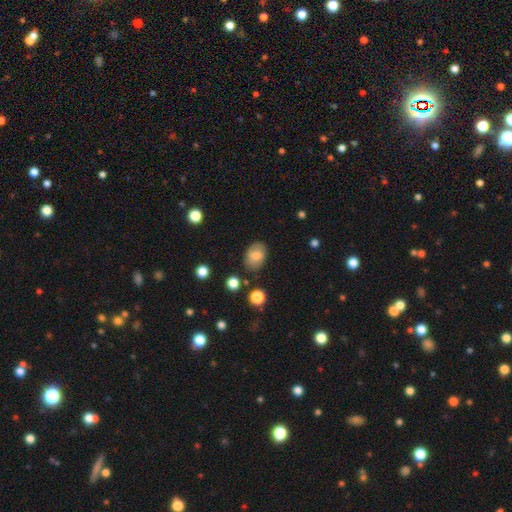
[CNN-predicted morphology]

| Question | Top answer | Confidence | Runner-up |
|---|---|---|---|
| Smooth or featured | smooth | 75% | featured or disk (16%) |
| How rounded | in between | 76% | round (23%) |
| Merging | none | 76% | minor disturbance (17%) |